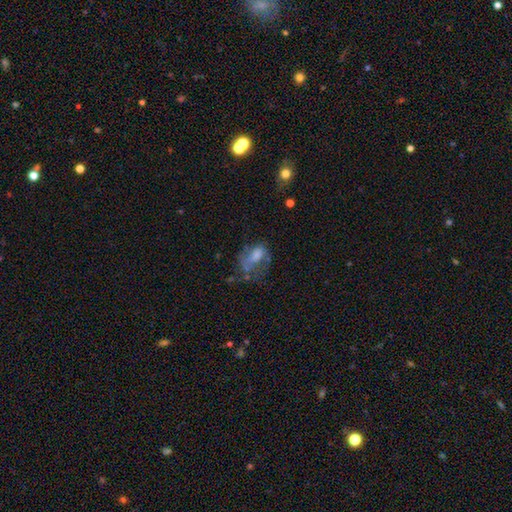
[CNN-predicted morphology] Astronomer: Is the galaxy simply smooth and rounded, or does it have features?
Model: smooth — 48% (runner-up: featured or disk, 41%).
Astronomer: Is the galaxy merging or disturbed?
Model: major disturbance — 43% (runner-up: none, 28%).